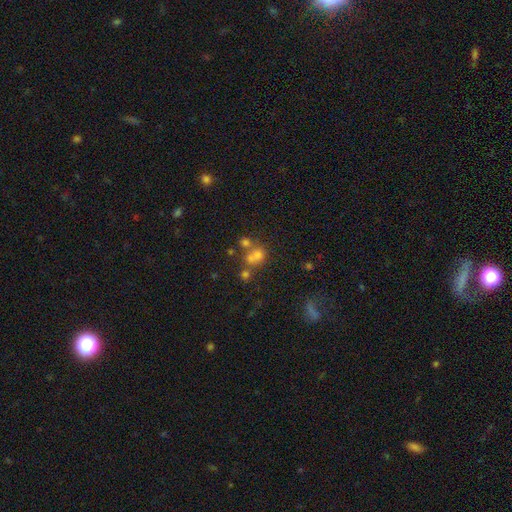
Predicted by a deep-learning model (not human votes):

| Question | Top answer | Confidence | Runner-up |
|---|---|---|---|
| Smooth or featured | smooth | 56% | star or artifact (25%) |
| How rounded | round | 74% | in between (24%) |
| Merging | merger | 46% | none (40%) |